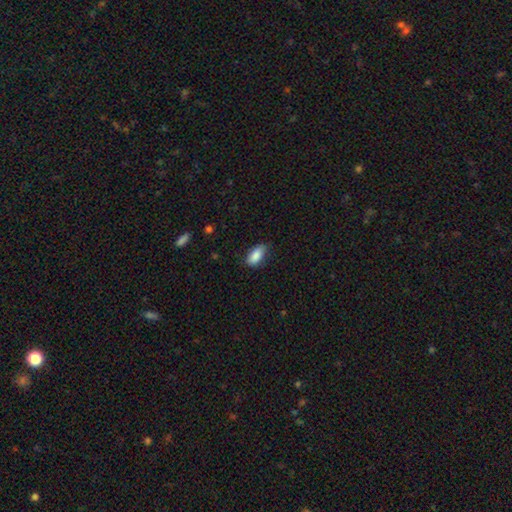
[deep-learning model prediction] This is clearly a smooth galaxy (87%). How rounded: clearly in between (90%). Merging: likely none (70%).